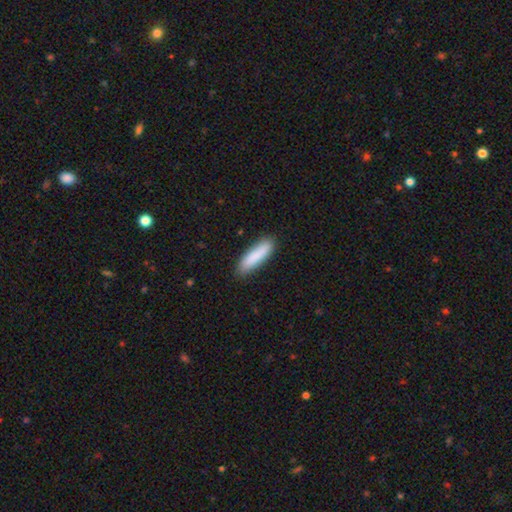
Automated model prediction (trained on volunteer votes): smooth 87%, featured or disk 7%, star or artifact 6%. Down the decision tree: how rounded — cigar-shaped (72%); merging — none (87%).